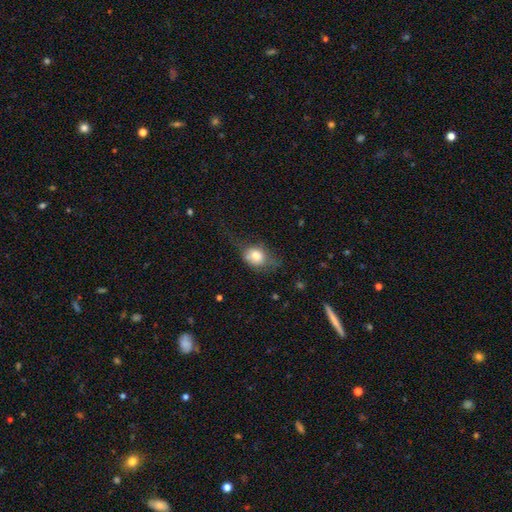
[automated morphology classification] This is likely a smooth galaxy (73%). How rounded: possibly in between (55%). Merging: marginally none (34%).